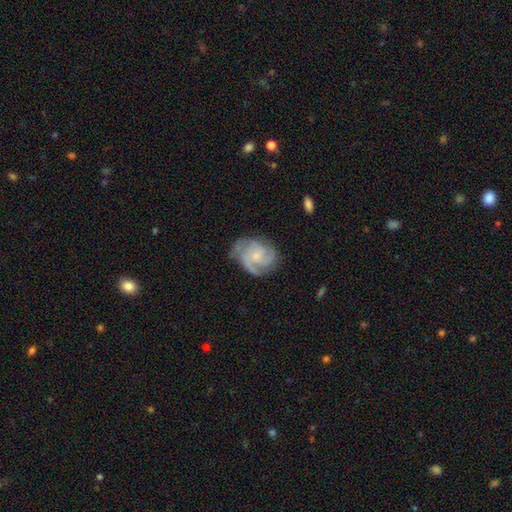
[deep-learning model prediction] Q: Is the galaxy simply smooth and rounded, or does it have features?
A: featured or disk — 78%.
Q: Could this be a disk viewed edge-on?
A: no — 98%.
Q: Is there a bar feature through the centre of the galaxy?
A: no — 71%.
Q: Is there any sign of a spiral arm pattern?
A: yes — 95%.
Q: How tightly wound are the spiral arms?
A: medium — 44%, tied with tight.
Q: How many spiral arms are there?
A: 3 — 49%.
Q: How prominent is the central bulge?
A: small — 58%.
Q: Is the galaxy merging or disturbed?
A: none — 66%.